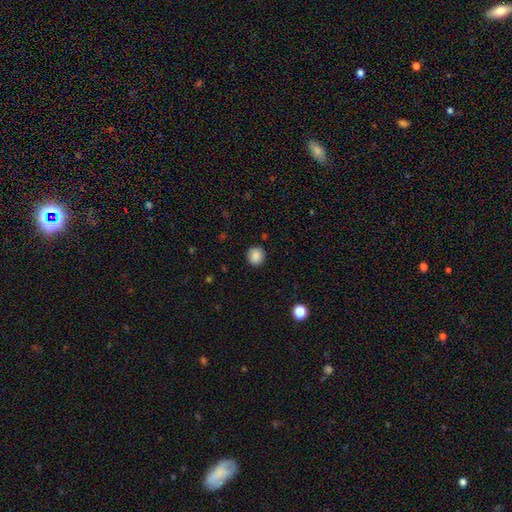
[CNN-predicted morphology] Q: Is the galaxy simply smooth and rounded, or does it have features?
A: smooth — 87%.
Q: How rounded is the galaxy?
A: round — 87%.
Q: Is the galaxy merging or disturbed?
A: none — 89%.